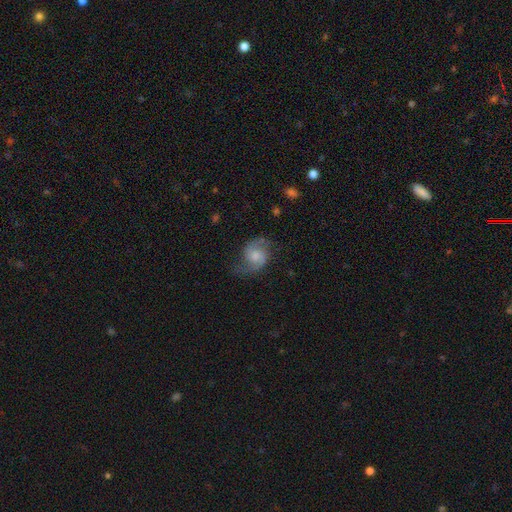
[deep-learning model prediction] Smooth or featured? featured or disk (78%)
Edge-on disk? no (98%)
Bar? no (65%)
Spiral arms? yes (96%)
Spiral winding? medium (50%)
Spiral arm count? 2 (91%)
Bulge size? moderate (48%)
Merging? none (68%)